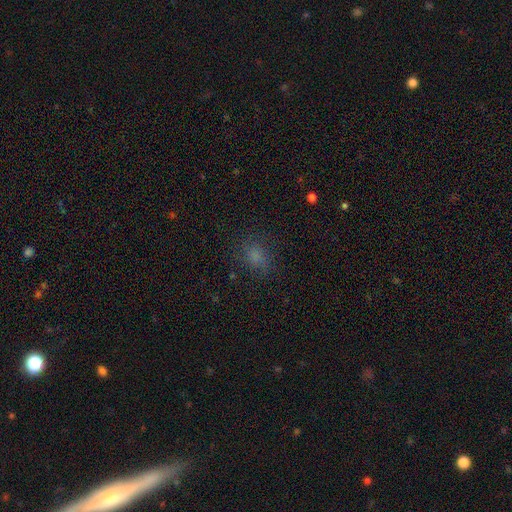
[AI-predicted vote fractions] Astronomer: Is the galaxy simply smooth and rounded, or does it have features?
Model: smooth — 69%.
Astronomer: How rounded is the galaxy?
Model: round — 54% (runner-up: in between, 44%).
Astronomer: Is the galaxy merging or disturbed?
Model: none — 75%.